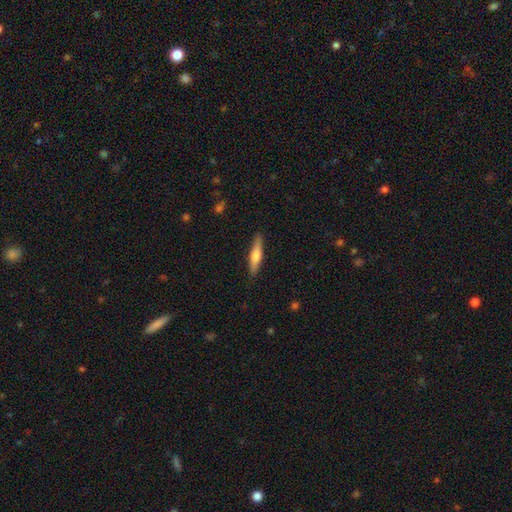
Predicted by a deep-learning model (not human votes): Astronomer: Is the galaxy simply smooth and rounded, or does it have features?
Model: smooth — 55% (runner-up: featured or disk, 39%).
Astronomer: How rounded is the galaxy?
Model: cigar-shaped — 83%.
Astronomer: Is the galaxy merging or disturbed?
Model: none — 89%.